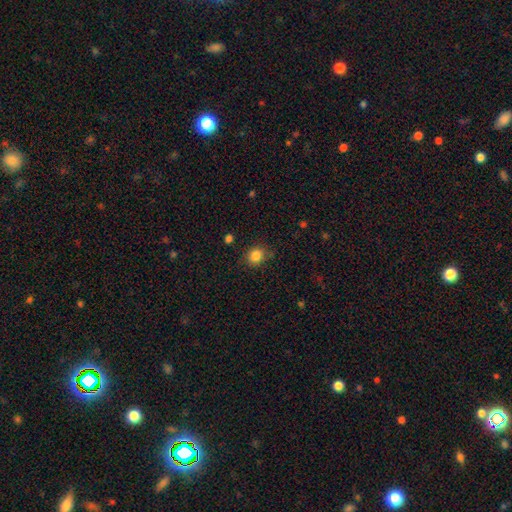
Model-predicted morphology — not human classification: smooth 85%, star or artifact 11%, featured or disk 5%. Down the decision tree: how rounded — round (69%); merging — none (80%).